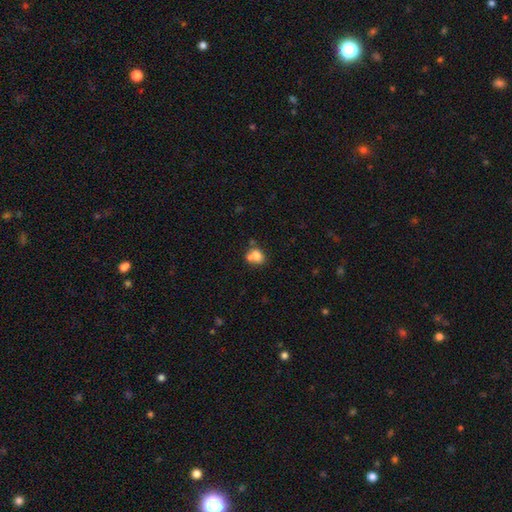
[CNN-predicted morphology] type=smooth (76%); roundness=round (51%); merging=none (43%).